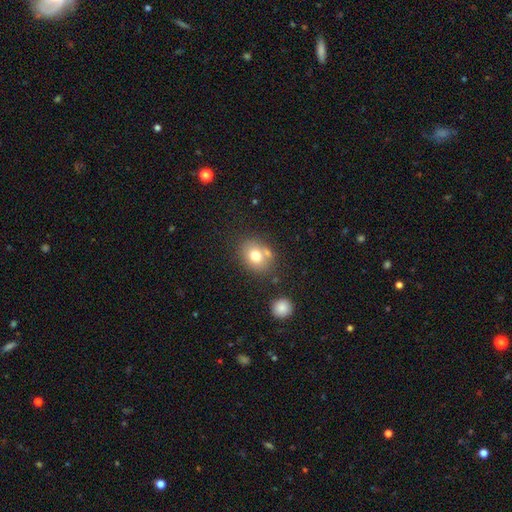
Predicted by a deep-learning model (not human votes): Overall: smooth (74%). How rounded: in between (50%; round 49%). Merging: none (61%; merger 21%).